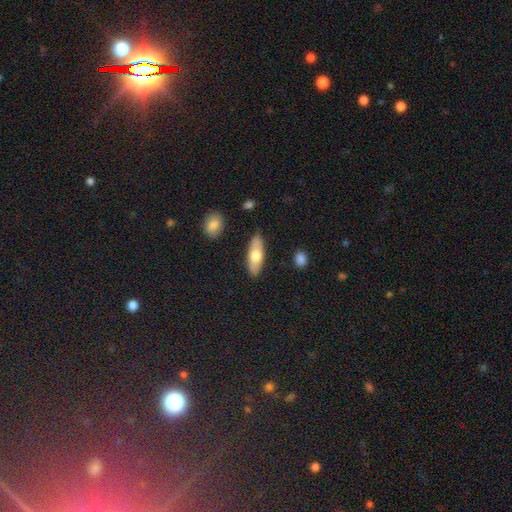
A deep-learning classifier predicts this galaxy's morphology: type=smooth (65%); roundness=in between (66%); merging=none (86%).